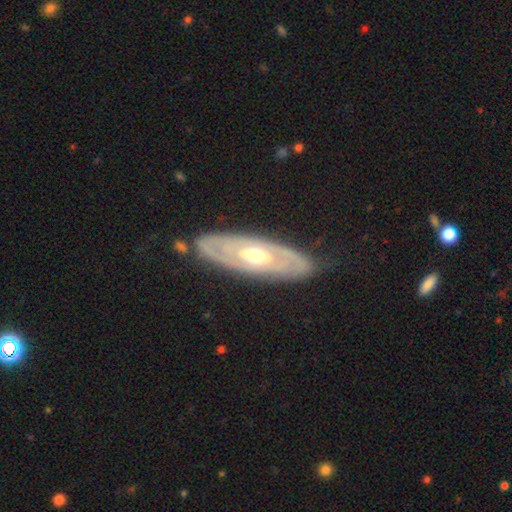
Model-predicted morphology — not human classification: Smooth or featured? featured or disk (80%)
Edge-on disk? no (80%)
Bar? no (65%)
Spiral arms? yes (68%)
Bulge size? moderate (69%)
Merging? none (84%)